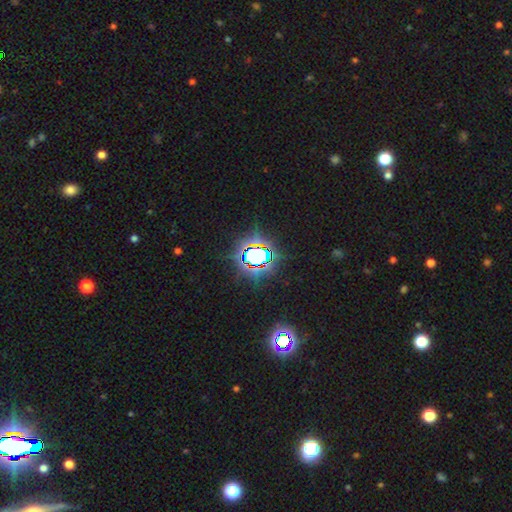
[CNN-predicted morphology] A star or artifact, not a galaxy (74%).

Vote fractions:
- Smooth or featured? star or artifact: 74% / smooth: 16% / featured or disk: 10%